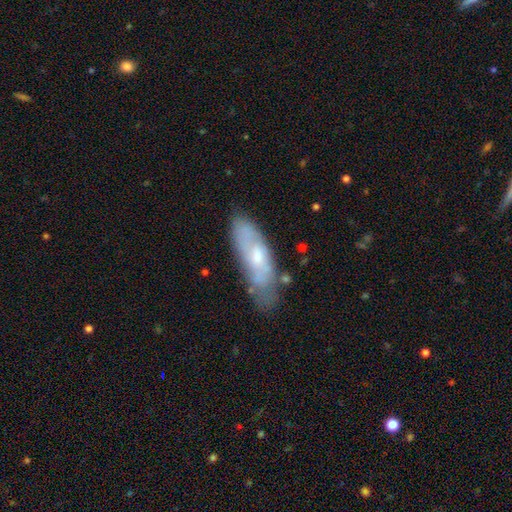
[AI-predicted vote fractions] A featured or disk galaxy (50%). Merging: none (67%).